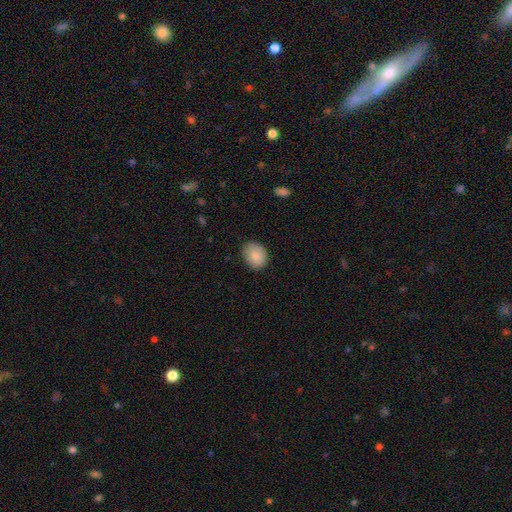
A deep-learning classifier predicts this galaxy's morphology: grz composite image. It shows a smooth galaxy with no disk features (87%) that is in between round and cigar-shaped (55%). Merging: none (82%).